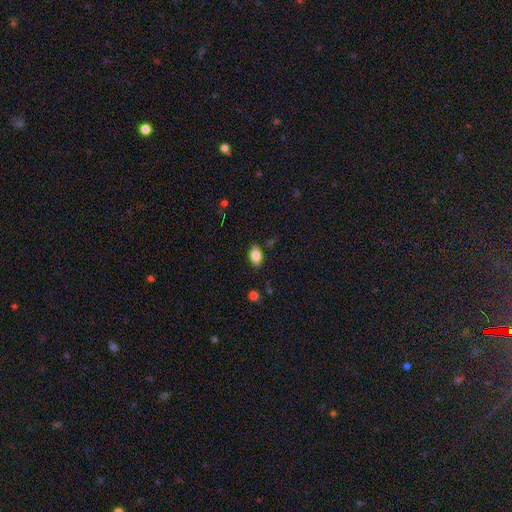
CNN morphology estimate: A smooth galaxy with no disk features (83%) that is in between round and cigar-shaped (87%).

Vote fractions:
- Smooth or featured? smooth: 83% / star or artifact: 9% / featured or disk: 8%
- How rounded? in between: 87% / round: 11% / cigar-shaped: 2%
- Merging? none: 84% / minor disturbance: 11% / major disturbance: 2% / merger: 2%